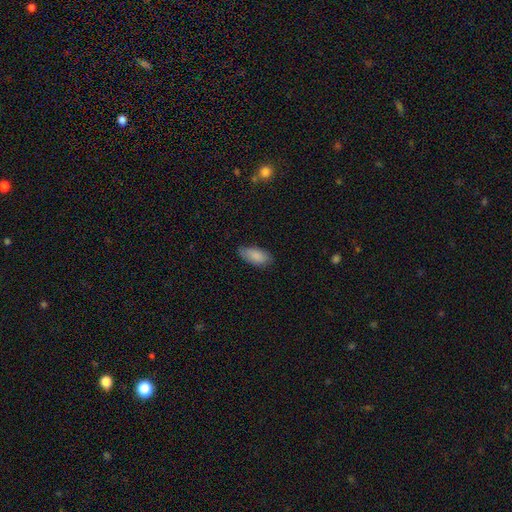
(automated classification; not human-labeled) The model was most divided on "merging": none: 78%, minor disturbance: 18%, major disturbance: 3%, merger: 1%. More confident: how rounded — in between (90%); smooth or featured — smooth (87%).